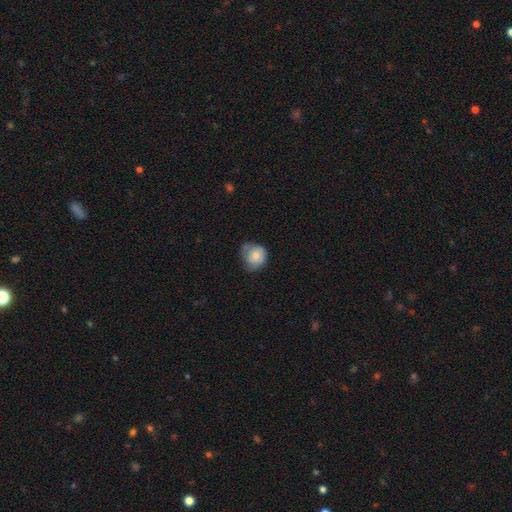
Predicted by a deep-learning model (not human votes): Smooth or featured? smooth (72%)
How rounded? round (75%)
Merging? none (43%)